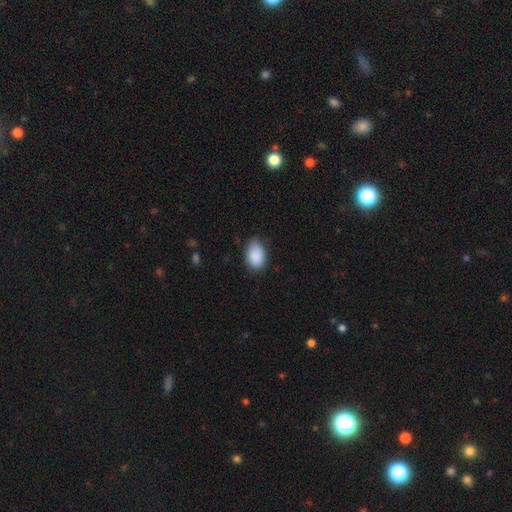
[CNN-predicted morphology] Smooth or featured? smooth (89%)
How rounded? in between (89%)
Merging? none (73%)